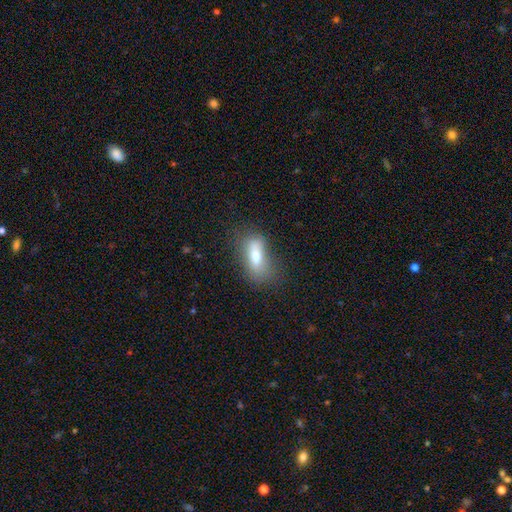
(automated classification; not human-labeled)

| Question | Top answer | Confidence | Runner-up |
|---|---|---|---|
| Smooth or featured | smooth | 67% | featured or disk (23%) |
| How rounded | in between | 76% | cigar-shaped (18%) |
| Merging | none | 55% | minor disturbance (26%) |